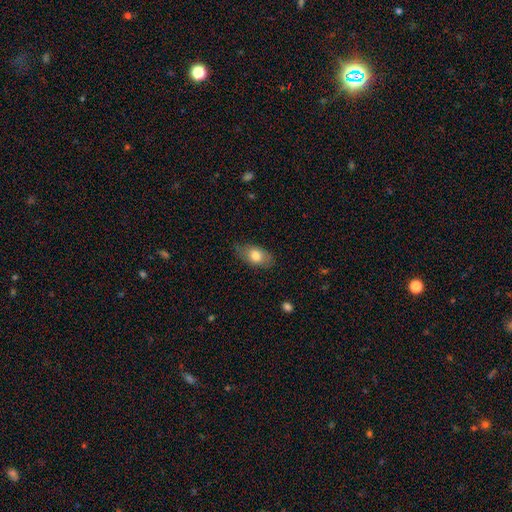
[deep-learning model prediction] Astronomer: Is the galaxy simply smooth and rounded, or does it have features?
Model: smooth — 77%.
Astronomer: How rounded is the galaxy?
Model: in between — 90%.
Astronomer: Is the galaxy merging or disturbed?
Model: none — 78%.